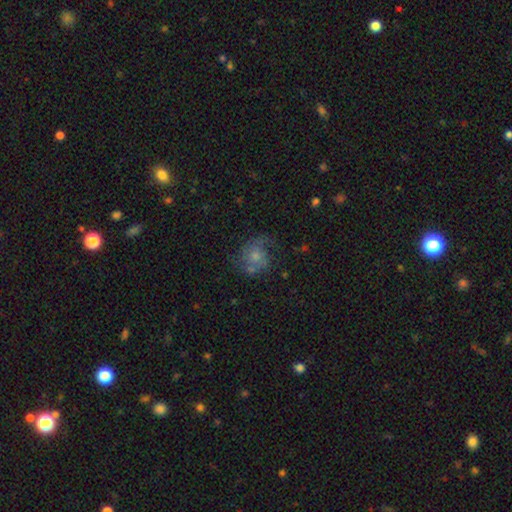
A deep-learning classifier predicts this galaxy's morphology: Smooth or featured? Predicted: featured or disk (p=0.60). Edge-on disk? Predicted: no (p=0.97). Bar? Predicted: no (p=0.77). Spiral arms? Predicted: yes (p=0.87). Spiral winding? Predicted: medium (p=0.45). Spiral arm count? Predicted: 2 (p=0.60). Bulge size? Predicted: small (p=0.43, tied with moderate). Merging? Predicted: none (p=0.61).